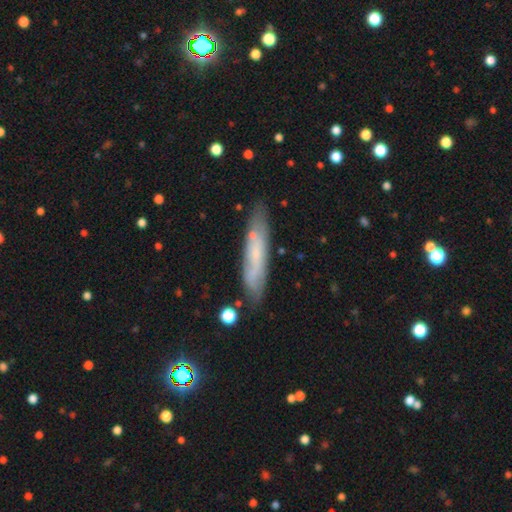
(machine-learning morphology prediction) Q: Smooth or featured?
A: smooth (47%); runner-up: featured or disk (45%)
Q: Merging?
A: none (77%); runner-up: minor disturbance (16%)